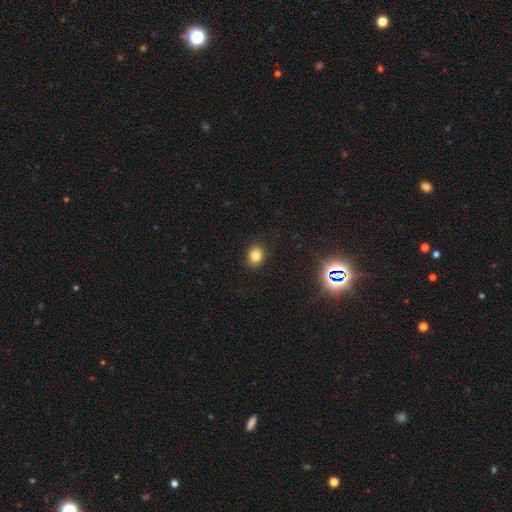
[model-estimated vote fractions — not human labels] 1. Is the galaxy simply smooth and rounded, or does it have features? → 80% smooth, 13% star or artifact, 7% featured or disk.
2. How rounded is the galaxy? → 60% round, 39% in between, 1% cigar-shaped.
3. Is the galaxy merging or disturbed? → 89% none, 8% minor disturbance, 2% major disturbance, 1% merger.